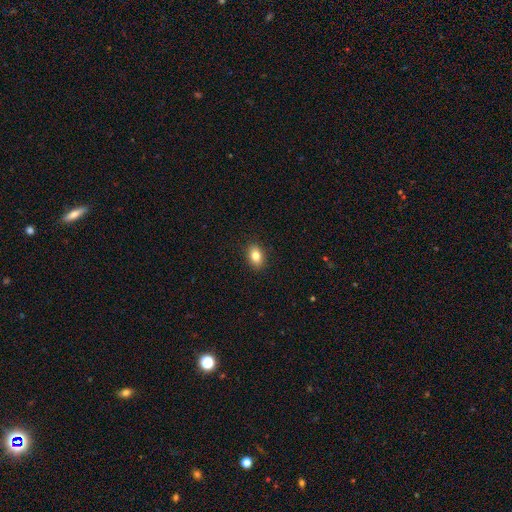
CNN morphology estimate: The model was most divided on "how rounded": in between: 81%, round: 17%, cigar-shaped: 2%. More confident: merging — none (90%); smooth or featured — smooth (82%).